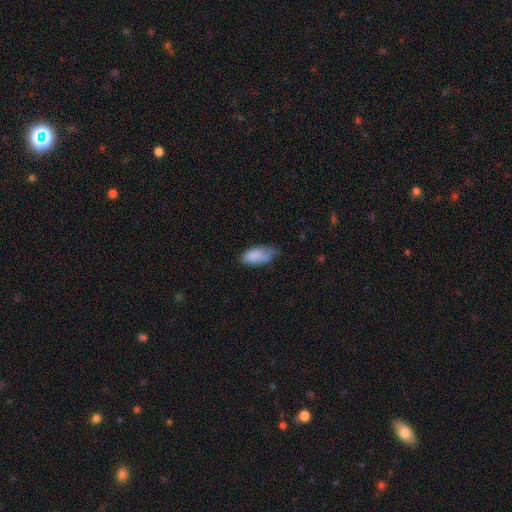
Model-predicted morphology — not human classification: Smooth or featured? smooth (84%)
How rounded? in between (91%)
Merging? none (50%)